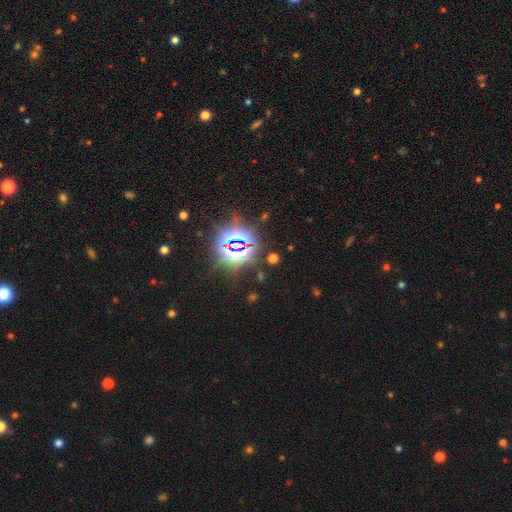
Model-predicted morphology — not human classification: type=star or artifact (85%).